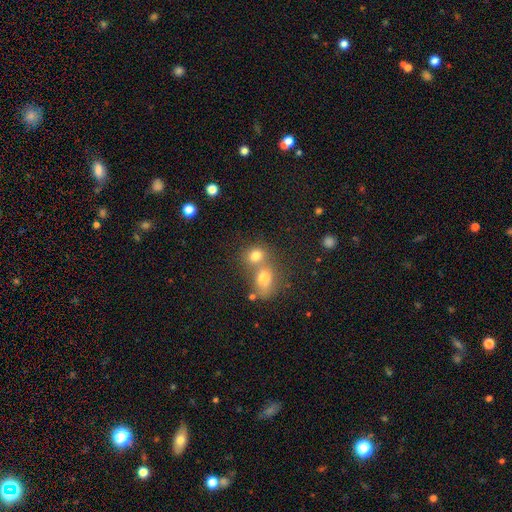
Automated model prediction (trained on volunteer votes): A smooth galaxy with no disk features (76%) that is round (62%). Merging: merger (52%).